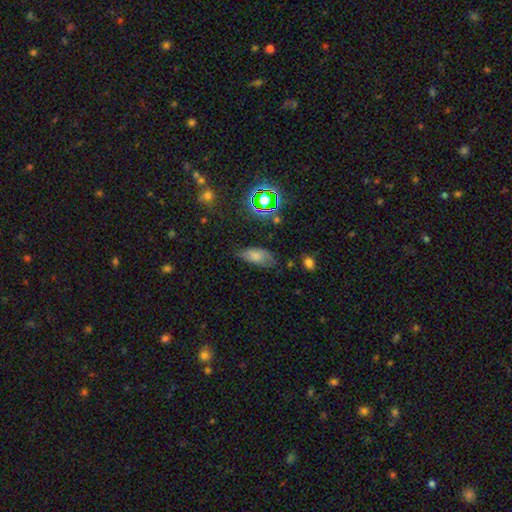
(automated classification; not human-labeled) Smooth or featured? smooth (61%)
How rounded? in between (86%)
Merging? none (57%)